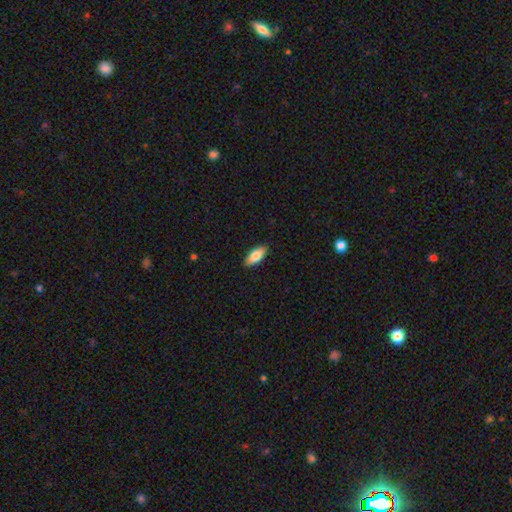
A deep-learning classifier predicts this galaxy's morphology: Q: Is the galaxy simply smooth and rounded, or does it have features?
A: smooth — 75%.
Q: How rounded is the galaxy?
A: in between — 79%.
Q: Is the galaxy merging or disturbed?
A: none — 89%.